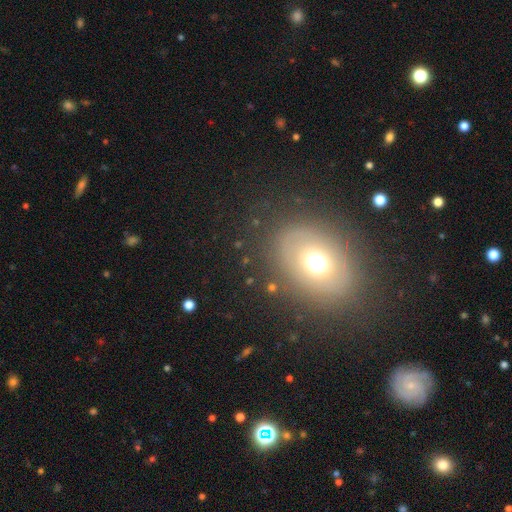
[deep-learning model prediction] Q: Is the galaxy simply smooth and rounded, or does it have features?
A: smooth — 52%.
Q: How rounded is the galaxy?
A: in between — 60%.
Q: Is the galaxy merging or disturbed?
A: none — 82%.